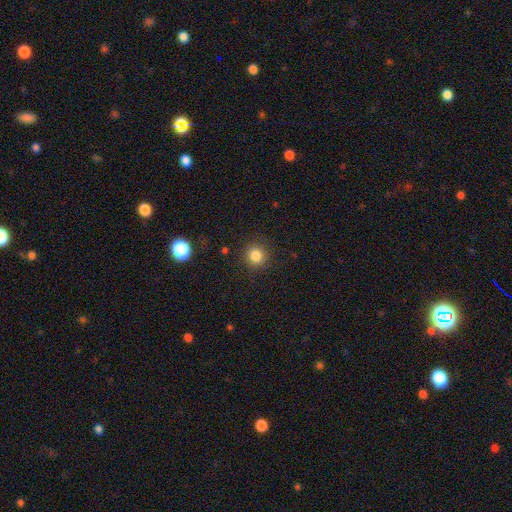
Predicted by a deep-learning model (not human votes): Morphology: type=smooth (83%); roundness=round (92%); merging=none (89%).